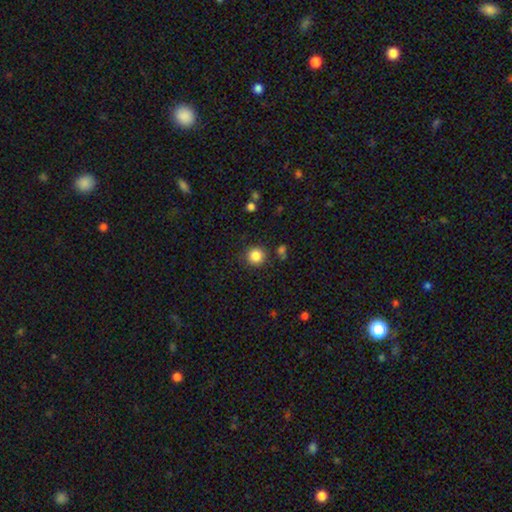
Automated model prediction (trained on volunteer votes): Smooth or featured? Predicted: smooth (p=0.85). How rounded? Predicted: round (p=0.93). Merging? Predicted: none (p=0.87).